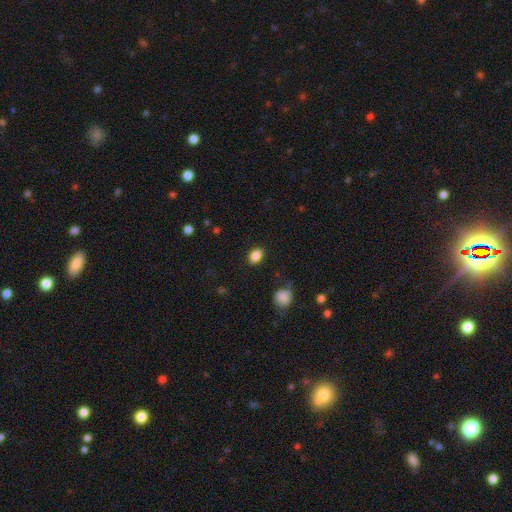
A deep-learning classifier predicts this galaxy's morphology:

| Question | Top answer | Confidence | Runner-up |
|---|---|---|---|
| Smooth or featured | smooth | 86% | star or artifact (9%) |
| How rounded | in between | 79% | round (20%) |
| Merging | none | 86% | minor disturbance (10%) |